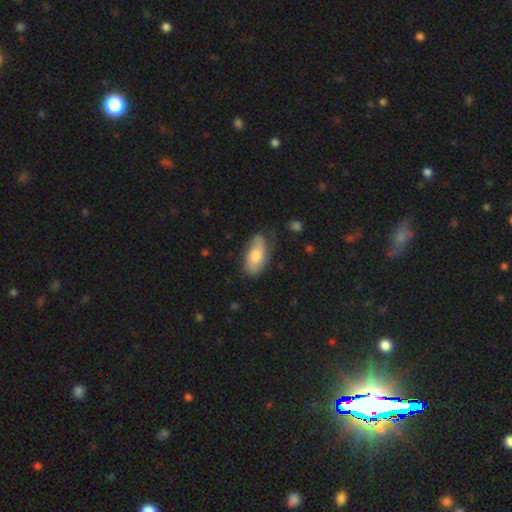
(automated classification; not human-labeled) Morphology: type=smooth (63%); roundness=in between (89%); merging=none (58%).